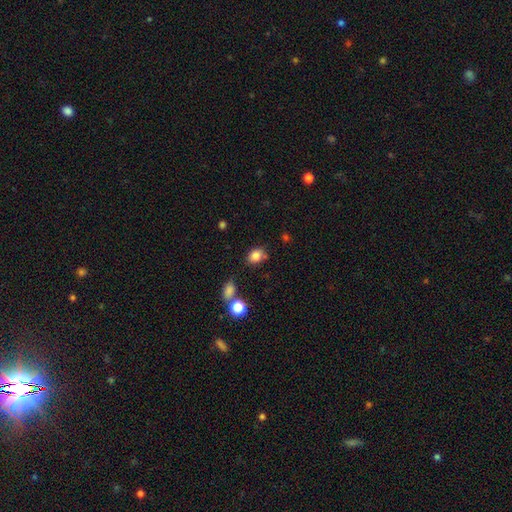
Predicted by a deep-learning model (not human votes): This is clearly a smooth galaxy (82%). How rounded: possibly in between (60%). Merging: likely none (68%).